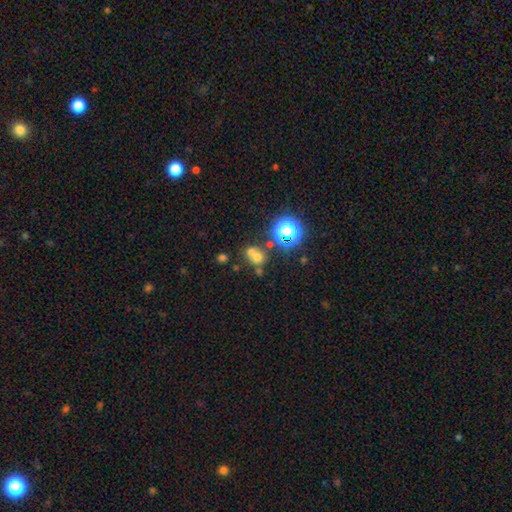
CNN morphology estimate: This appears to be a smooth galaxy with no disk features (61%) that is round (79%). Merging: merger (46%).